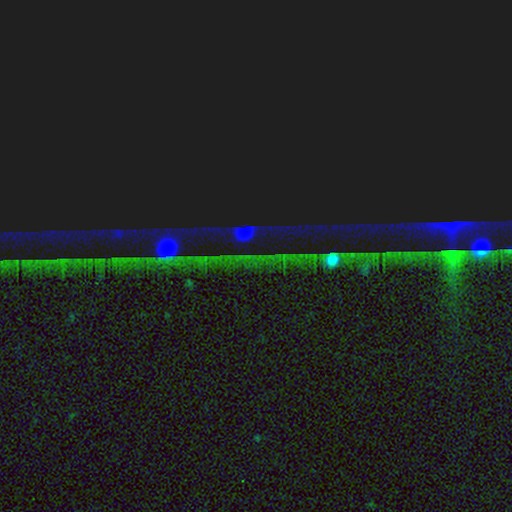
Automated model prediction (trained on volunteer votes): Smooth or featured? Predicted: star or artifact (p=0.72).